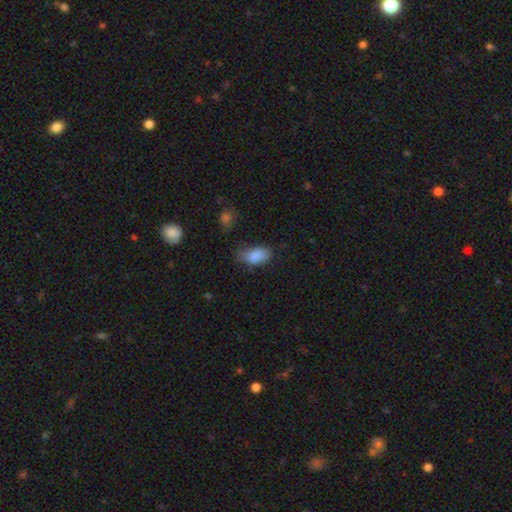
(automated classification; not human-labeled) A smooth galaxy with no disk features (83%) that is in between round and cigar-shaped (91%). Merging: none (45%).